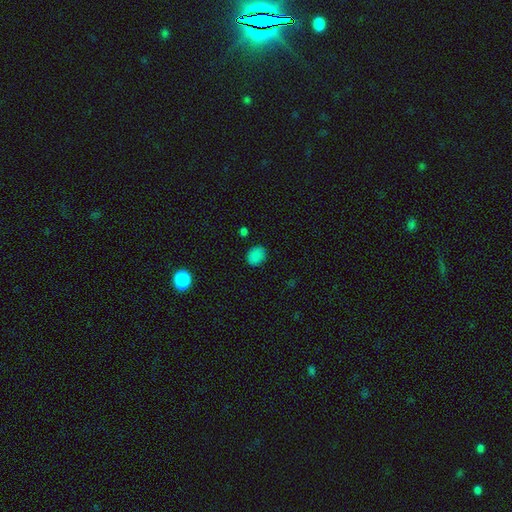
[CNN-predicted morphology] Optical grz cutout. It shows a smooth galaxy with no disk features (82%) that is round (52%). Merging: none (85%).